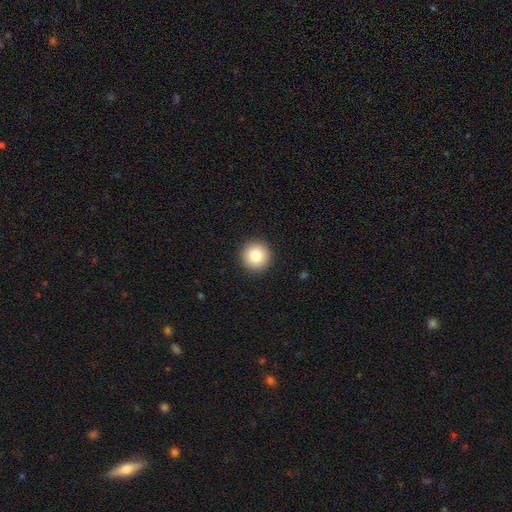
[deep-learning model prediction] Q: Smooth or featured?
A: smooth (82%); runner-up: star or artifact (10%)
Q: How rounded?
A: round (96%); runner-up: in between (3%)
Q: Merging?
A: none (93%); runner-up: minor disturbance (5%)